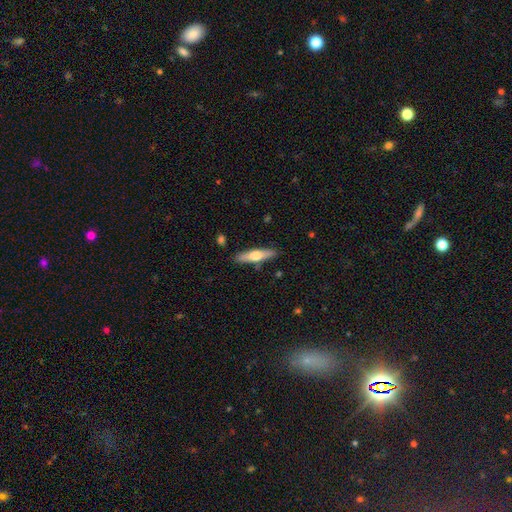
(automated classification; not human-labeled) Smooth or featured? Predicted: smooth (p=0.48). Merging? Predicted: none (p=0.86).